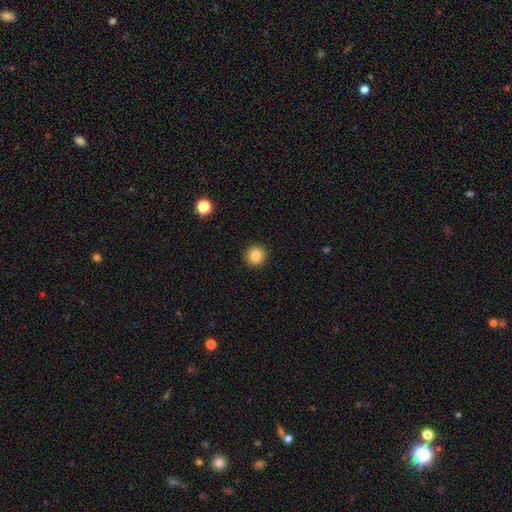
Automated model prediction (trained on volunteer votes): A smooth galaxy with no disk features (85%) that is round (90%). Merging: none (92%).